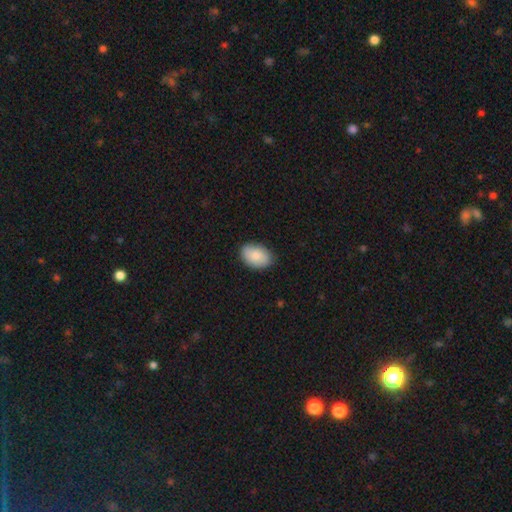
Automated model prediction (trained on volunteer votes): Q: Smooth or featured?
A: smooth (88%); runner-up: featured or disk (6%)
Q: How rounded?
A: in between (88%); runner-up: round (11%)
Q: Merging?
A: none (84%); runner-up: minor disturbance (12%)